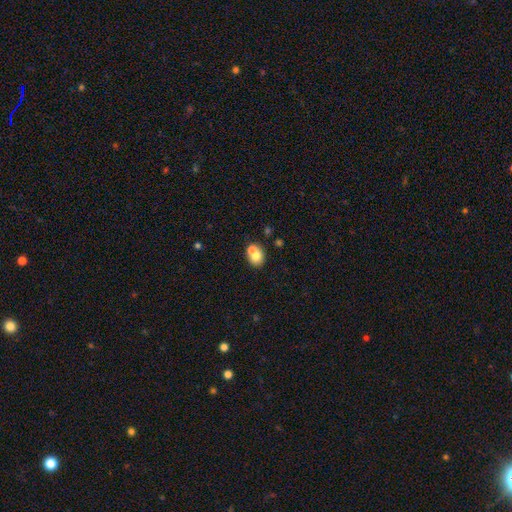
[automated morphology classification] A smooth galaxy with no disk features (70%) that is round (62%).

Vote fractions:
- Smooth or featured? smooth: 70% / featured or disk: 20% / star or artifact: 10%
- How rounded? round: 62% / in between: 37% / cigar-shaped: 1%
- Merging? merger: 52% / none: 37% / minor disturbance: 8% / major disturbance: 3%